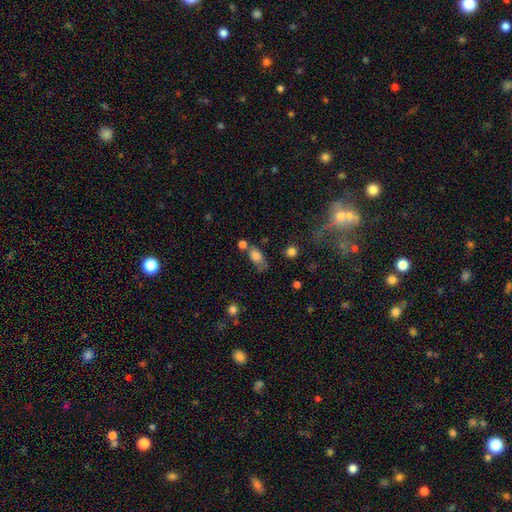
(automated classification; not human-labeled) Smooth or featured: smooth — 79% (featured or disk — 11%)
How rounded: in between — 84% (round — 11%)
Merging: none — 44% (minor disturbance — 25%)